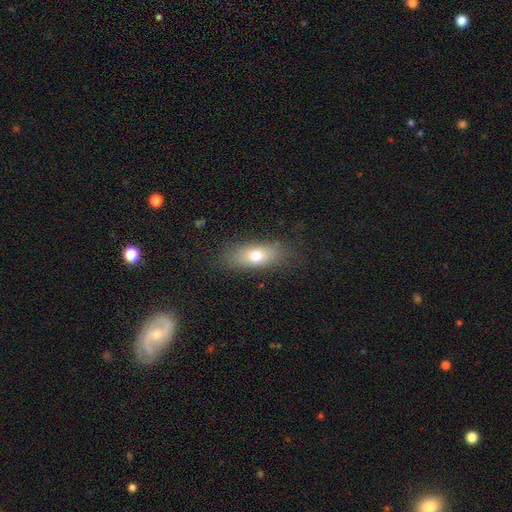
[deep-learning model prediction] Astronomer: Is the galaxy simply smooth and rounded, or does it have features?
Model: smooth — 72%.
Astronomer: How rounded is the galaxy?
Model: in between — 75%.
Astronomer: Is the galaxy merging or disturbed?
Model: none — 79%.